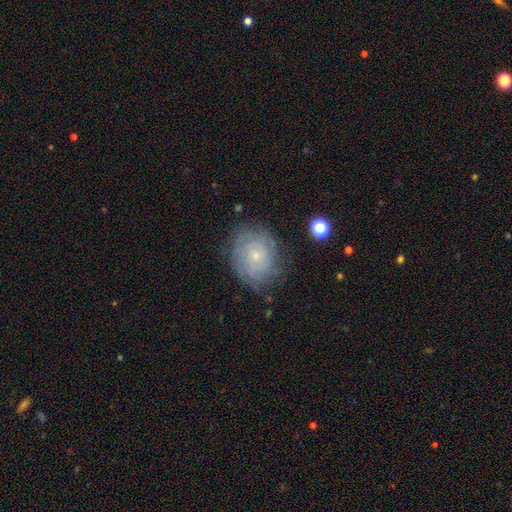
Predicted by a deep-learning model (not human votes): Morphology: type=featured or disk (51%); edge-on=no (96%); merging=none (76%).